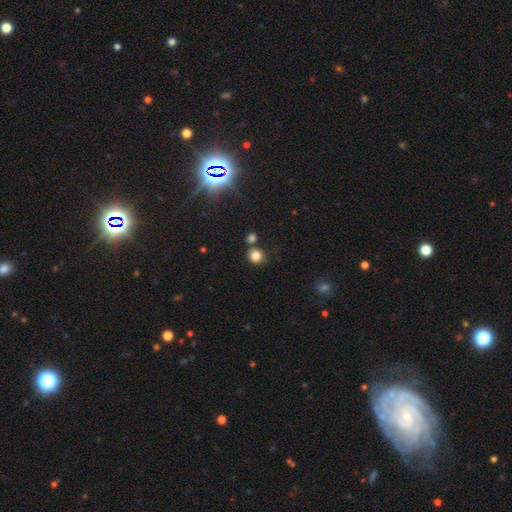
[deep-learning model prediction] Overall: smooth (81%). How rounded: round (84%). Merging: none (69%).